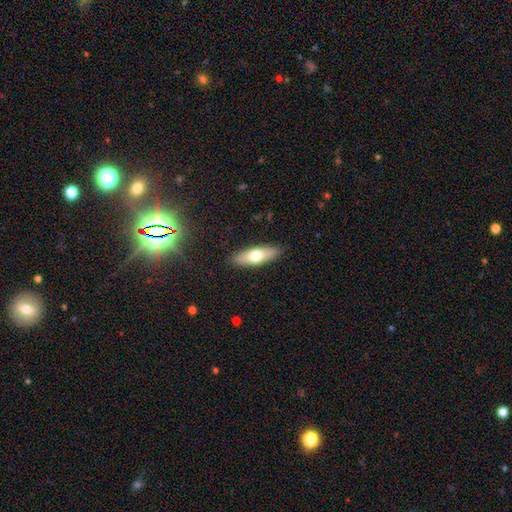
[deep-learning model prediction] smooth_or_featured: smooth (p=0.65) [alt: featured or disk p=0.29]
how_rounded: in between (p=0.52) [alt: cigar-shaped p=0.45]
merging: none (p=0.89) [alt: minor disturbance p=0.09]